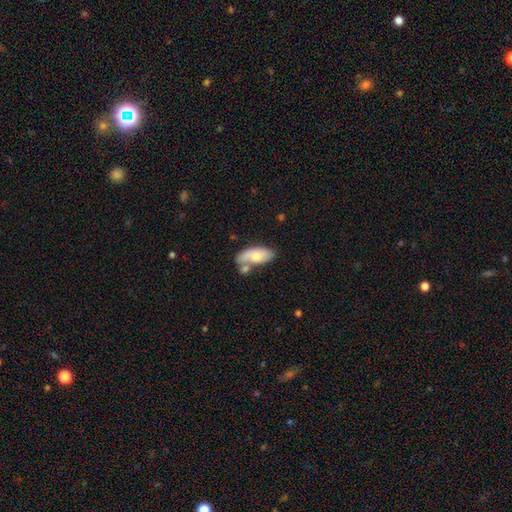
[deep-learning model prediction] The model was most divided on "merging": none: 44%, merger: 29%, minor disturbance: 19%, major disturbance: 7%. More confident: how rounded — in between (88%); smooth or featured — smooth (67%).